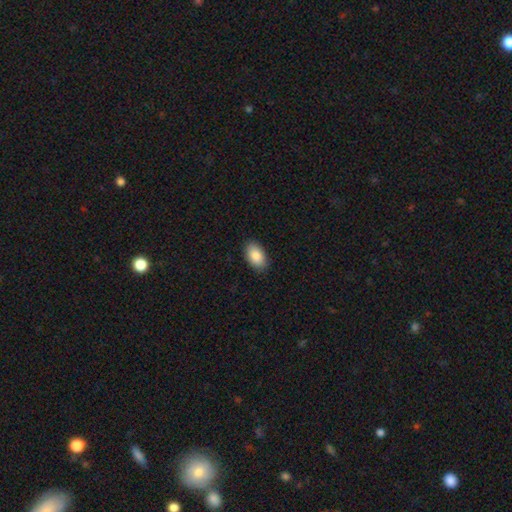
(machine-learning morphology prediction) Overall: smooth (88%). How rounded: in between (94%). Merging: none (88%).